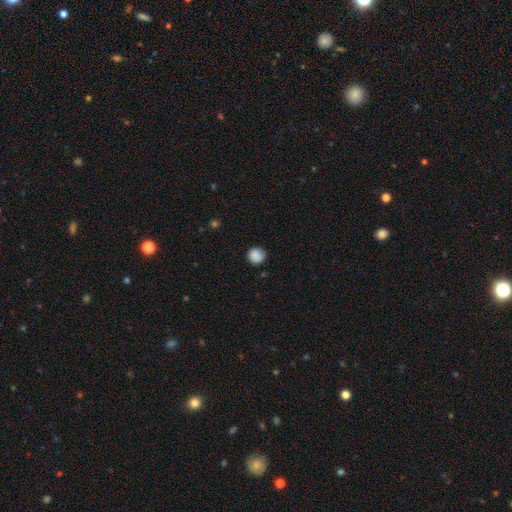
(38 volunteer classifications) smooth 92%, star or artifact 5%, featured or disk 3%. Down the decision tree: how rounded — round (100%); merging — none (89%).